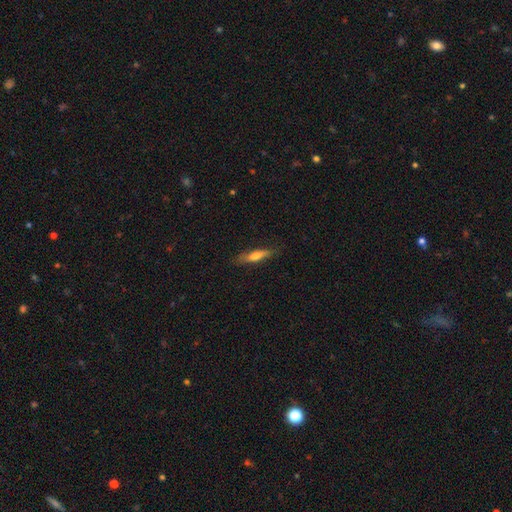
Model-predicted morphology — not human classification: Smooth or featured? Predicted: smooth (p=0.61). How rounded? Predicted: cigar-shaped (p=0.77). Merging? Predicted: none (p=0.80).